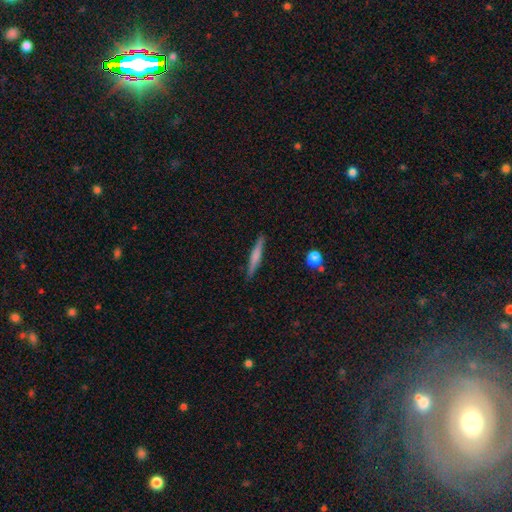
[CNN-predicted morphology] Smooth or featured?
  - smooth: 52% *
  - featured or disk: 42%
  - star or artifact: 6%
How rounded?
  - cigar-shaped: 94% *
  - in between: 5%
  - round: 2%
Merging?
  - none: 89% *
  - minor disturbance: 8%
  - major disturbance: 2%
  - merger: 1%